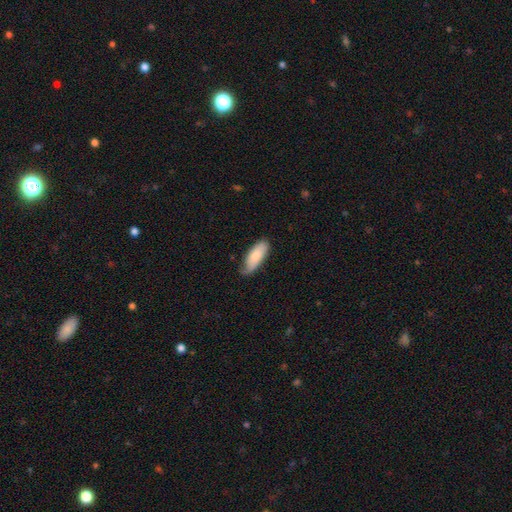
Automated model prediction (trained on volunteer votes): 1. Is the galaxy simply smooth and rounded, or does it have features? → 78% smooth, 16% featured or disk, 5% star or artifact.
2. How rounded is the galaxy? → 74% in between, 24% cigar-shaped, 2% round.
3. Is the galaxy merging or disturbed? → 63% none, 30% minor disturbance, 6% major disturbance, 1% merger.